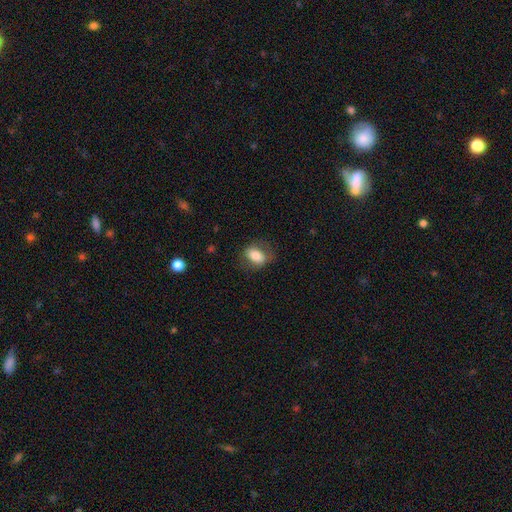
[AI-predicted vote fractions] A smooth galaxy with no disk features (74%) that is in between round and cigar-shaped (79%).

Vote fractions:
- Smooth or featured? smooth: 74% / featured or disk: 18% / star or artifact: 8%
- How rounded? in between: 79% / round: 19% / cigar-shaped: 2%
- Merging? none: 74% / minor disturbance: 17% / major disturbance: 8% / merger: 1%